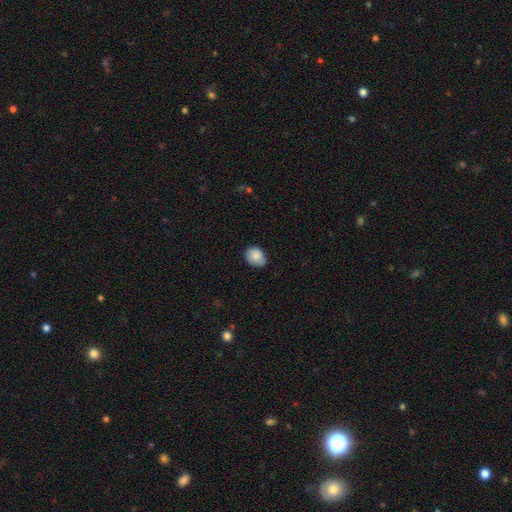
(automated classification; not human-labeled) Overall: smooth (86%). How rounded: in between (59%; round 40%). Merging: none (77%).